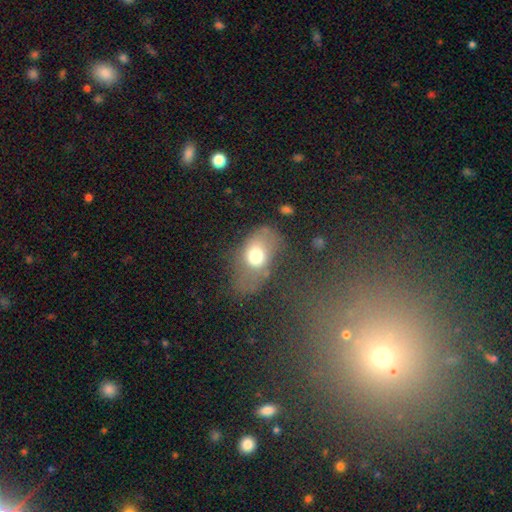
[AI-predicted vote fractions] smooth-or-featured: smooth: 65% | featured or disk: 23% | star or artifact: 12%
  how-rounded: in between: 74% | round: 24% | cigar-shaped: 2%
  merging: none: 38% | major disturbance: 31% | minor disturbance: 26% | merger: 5%